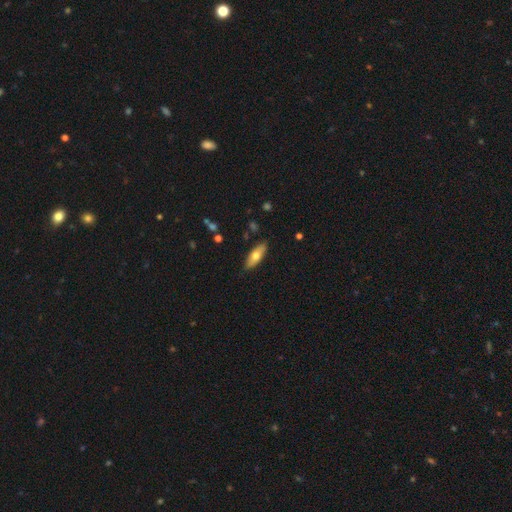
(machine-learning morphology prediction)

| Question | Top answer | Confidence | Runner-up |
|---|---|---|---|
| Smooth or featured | smooth | 61% | featured or disk (33%) |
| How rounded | in between | 55% | cigar-shaped (42%) |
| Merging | none | 88% | minor disturbance (9%) |